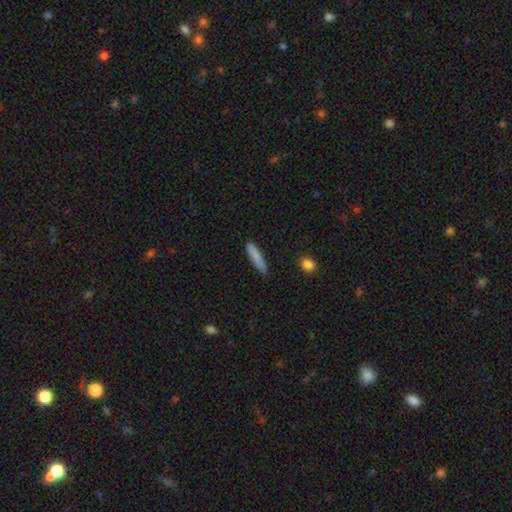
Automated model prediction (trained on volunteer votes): smooth 82%, featured or disk 11%, star or artifact 6%. Down the decision tree: how rounded — cigar-shaped (86%); merging — none (84%).